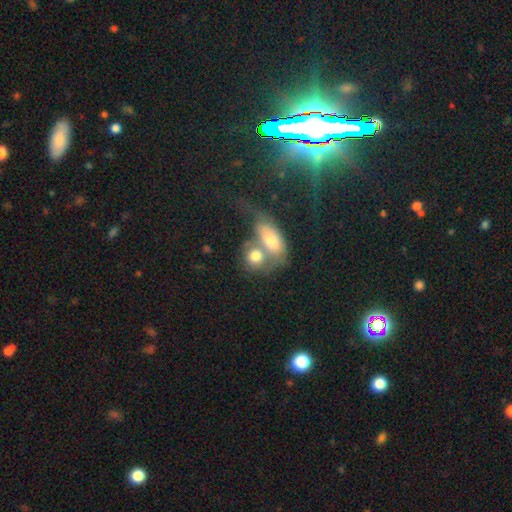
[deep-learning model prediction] smooth 69%, featured or disk 22%, star or artifact 9%. Down the decision tree: how rounded — in between (55%); merging — merger (66%).